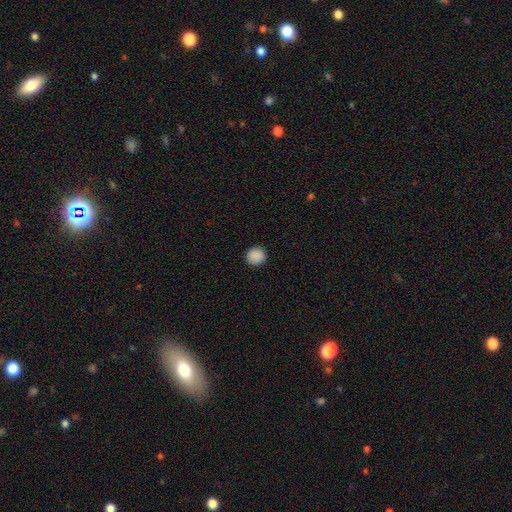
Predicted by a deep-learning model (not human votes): Smooth or featured?
  - smooth: 89% *
  - star or artifact: 8%
  - featured or disk: 2%
How rounded?
  - round: 93% *
  - in between: 6%
  - cigar-shaped: 1%
Merging?
  - none: 93% *
  - minor disturbance: 5%
  - major disturbance: 2%
  - merger: 1%